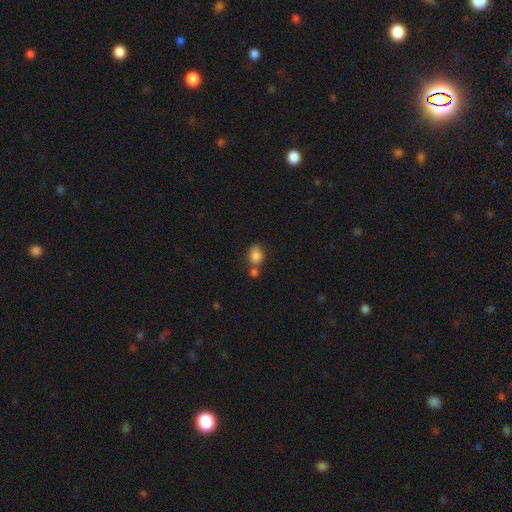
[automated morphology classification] This is clearly a smooth galaxy (85%). How rounded: possibly in between (57%). Merging: possibly none (53%).